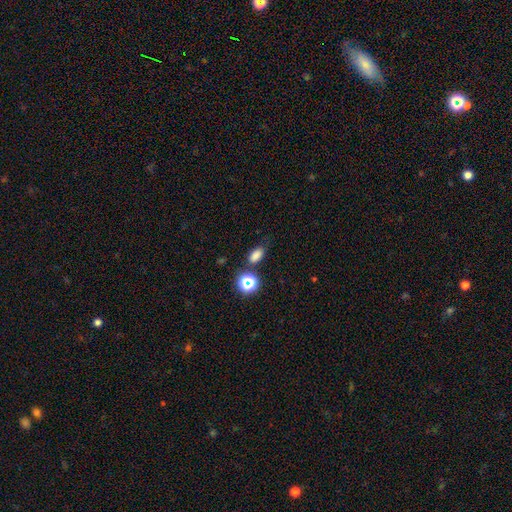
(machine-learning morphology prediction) This appears to be a smooth galaxy with no disk features (78%) that is in between round and cigar-shaped (82%). Merging: none (73%).